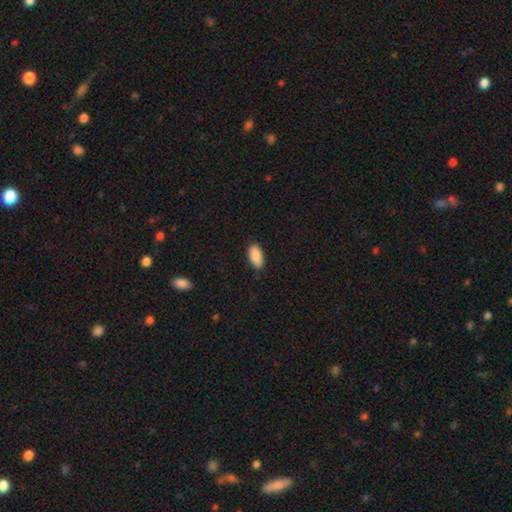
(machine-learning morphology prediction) type=smooth (91%); roundness=in between (94%); merging=none (89%).